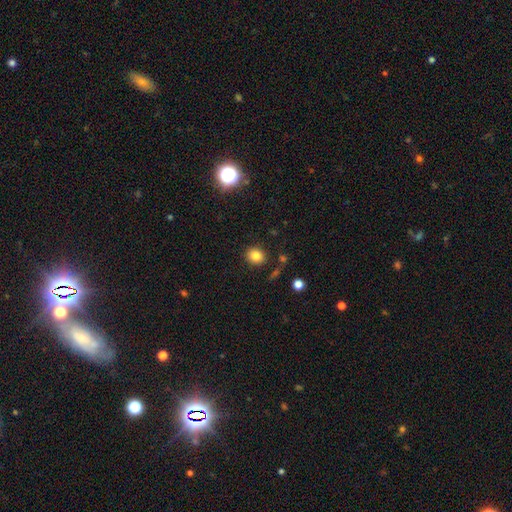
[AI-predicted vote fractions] This appears to be a smooth galaxy with no disk features (83%) that is round (71%). Merging: none (86%).